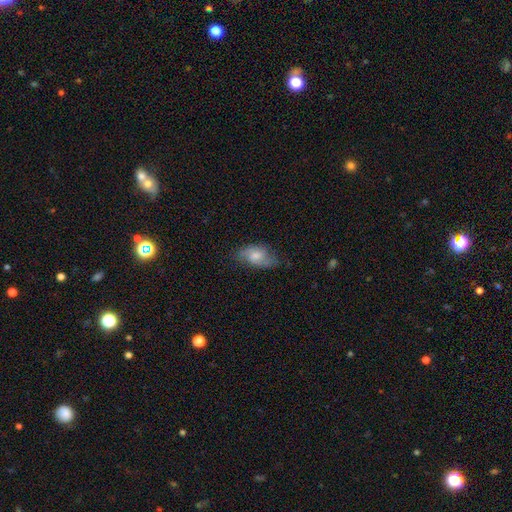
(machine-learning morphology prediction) Smooth or featured: smooth — 57% (featured or disk — 36%)
How rounded: in between — 90% (round — 7%)
Merging: none — 63% (minor disturbance — 27%)